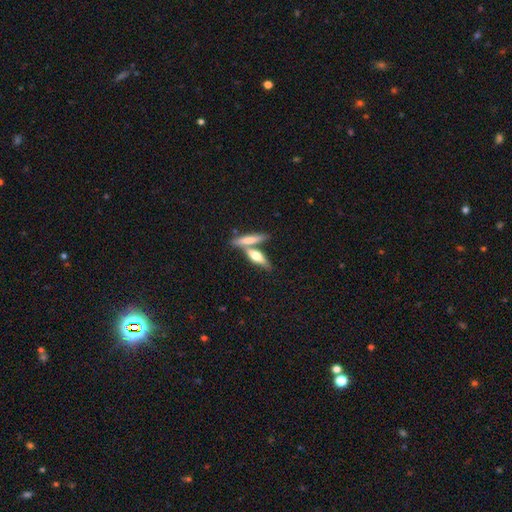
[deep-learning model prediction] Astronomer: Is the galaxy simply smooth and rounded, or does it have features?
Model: smooth — 59%.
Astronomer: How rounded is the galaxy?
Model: cigar-shaped — 62%.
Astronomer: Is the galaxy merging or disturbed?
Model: none — 48% (runner-up: merger, 40%).